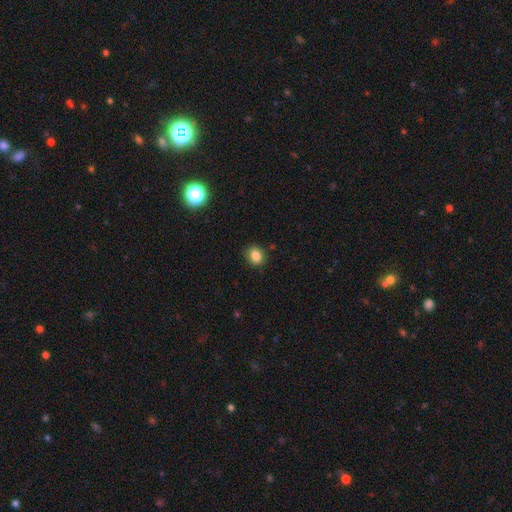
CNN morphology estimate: The model was most divided on "how rounded": round: 62%, in between: 37%, cigar-shaped: 1%. More confident: merging — none (87%); smooth or featured — smooth (83%).